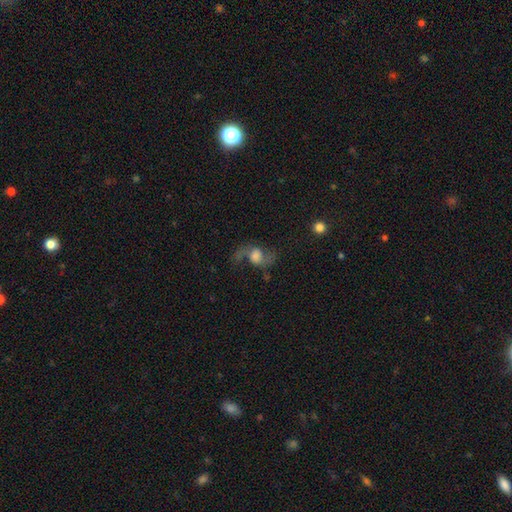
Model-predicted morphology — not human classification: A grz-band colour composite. It shows a featured or disk galaxy (64%) with no bar (55%), 2 (90%) loose (80%) spiral arms (88%) and a large central bulge (42%). Merging: none (55%).